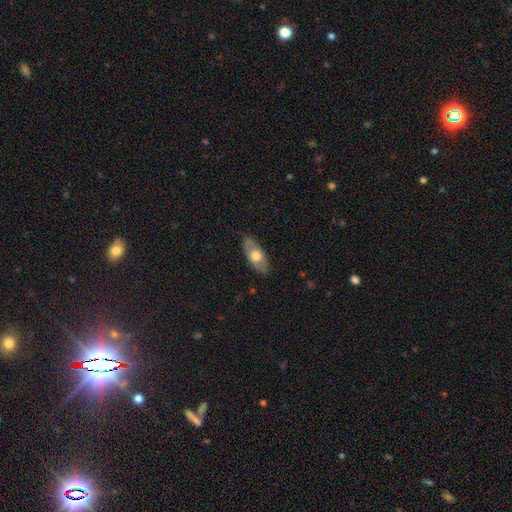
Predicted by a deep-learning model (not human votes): smooth-or-featured: smooth: 51% | featured or disk: 44% | star or artifact: 5%
  how-rounded: in between: 85% | cigar-shaped: 11% | round: 4%
  merging: none: 83% | minor disturbance: 13% | major disturbance: 3% | merger: 1%